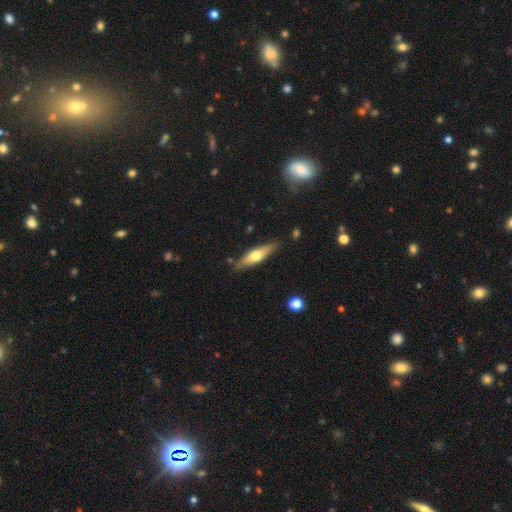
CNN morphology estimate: Q: Smooth or featured?
A: smooth (50%); runner-up: featured or disk (44%)
Q: How rounded?
A: cigar-shaped (66%); runner-up: in between (32%)
Q: Merging?
A: none (84%); runner-up: minor disturbance (12%)